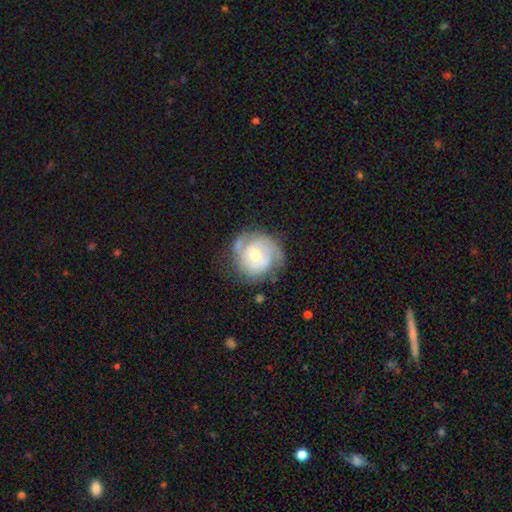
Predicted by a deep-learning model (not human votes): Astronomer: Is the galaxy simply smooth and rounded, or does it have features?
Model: featured or disk — 72%.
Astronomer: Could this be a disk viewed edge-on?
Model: no — 98%.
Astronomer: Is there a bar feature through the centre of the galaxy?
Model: no — 69%.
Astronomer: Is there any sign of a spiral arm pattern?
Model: yes — 86%.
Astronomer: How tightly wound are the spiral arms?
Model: tight — 60%.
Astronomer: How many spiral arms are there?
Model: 2 — 45% (runner-up: can't tell, 30%).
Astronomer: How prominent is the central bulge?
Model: moderate — 58% (runner-up: small, 34%).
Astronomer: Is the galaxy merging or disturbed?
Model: none — 64%.